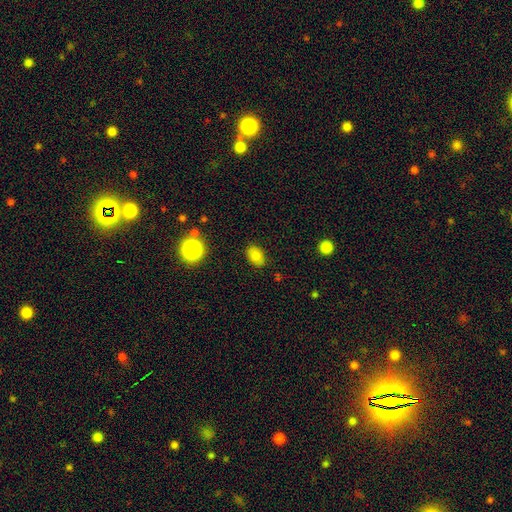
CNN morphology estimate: Smooth or featured?
  - smooth: 80% *
  - star or artifact: 11%
  - featured or disk: 9%
How rounded?
  - in between: 79% *
  - round: 20%
  - cigar-shaped: 1%
Merging?
  - none: 86% *
  - minor disturbance: 10%
  - major disturbance: 3%
  - merger: 1%